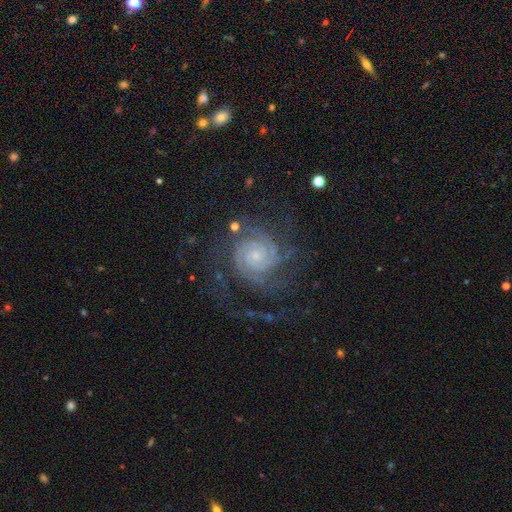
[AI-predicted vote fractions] Overall: featured or disk (88%). Edge-on disk: no (98%). Bar: no (71%). Spiral arms: yes (98%). Spiral arm count: 2 (46%; 3 17%). Spiral winding: tight (75%). Bulge size: small (74%). Merging: none (69%).